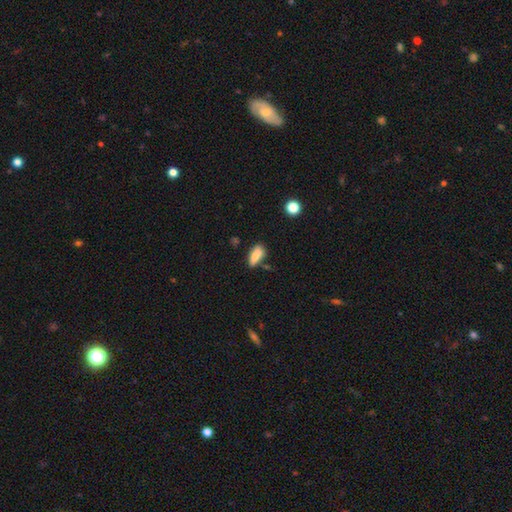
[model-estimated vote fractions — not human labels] This appears to be a smooth galaxy with no disk features (78%) that is in between round and cigar-shaped (76%). Merging: none (60%).